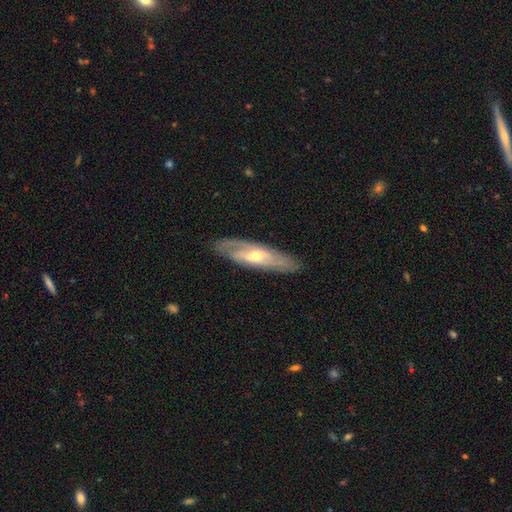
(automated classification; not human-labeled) smooth_or_featured: featured or disk (p=0.72) [alt: smooth p=0.22]
disk_edge_on: no (p=0.68) [alt: yes p=0.32]
merging: none (p=0.82) [alt: minor disturbance p=0.13]